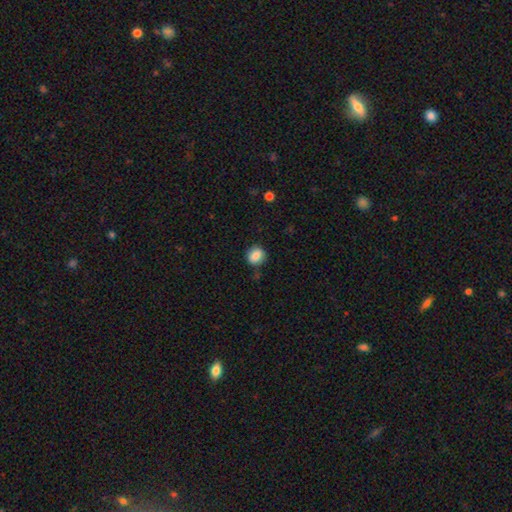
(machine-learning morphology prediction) A smooth galaxy with no disk features (85%) that is round (69%). Merging: none (79%).